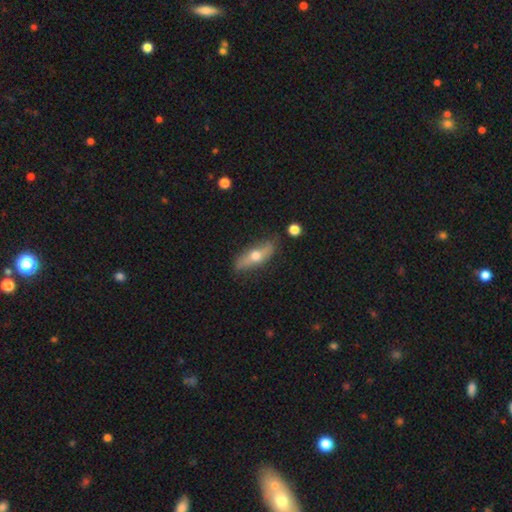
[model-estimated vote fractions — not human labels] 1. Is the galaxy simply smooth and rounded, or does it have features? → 50% featured or disk, 44% smooth, 6% star or artifact.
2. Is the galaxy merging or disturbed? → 78% none, 16% minor disturbance, 3% major disturbance, 2% merger.